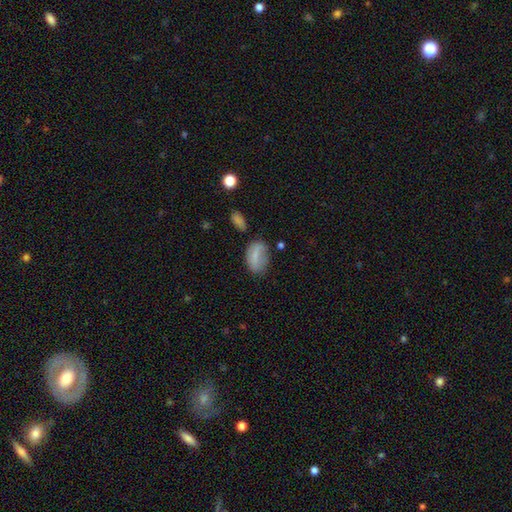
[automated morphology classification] This is likely a smooth galaxy (71%). How rounded: clearly in between (87%). Merging: possibly none (56%).